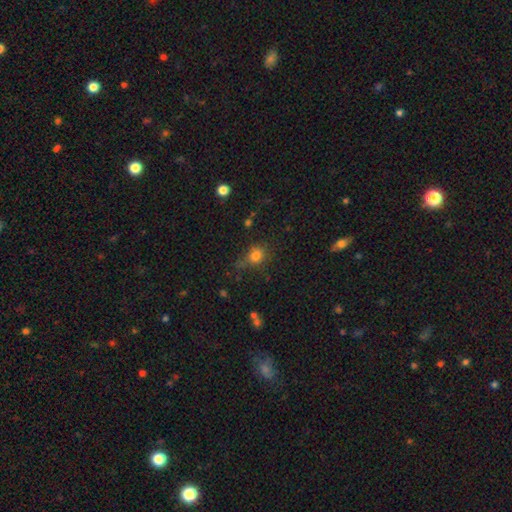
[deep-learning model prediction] Smooth or featured? smooth (78%)
How rounded? round (63%)
Merging? none (61%)